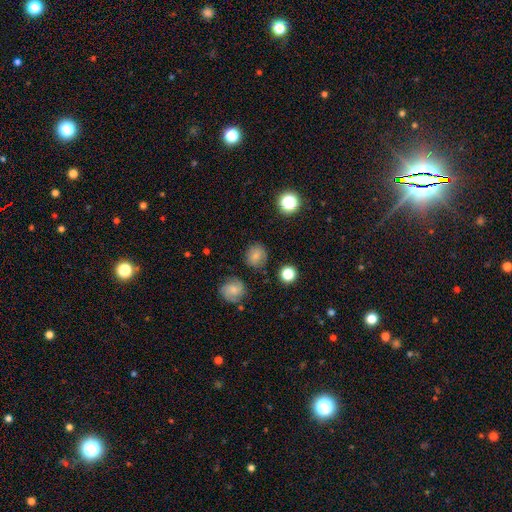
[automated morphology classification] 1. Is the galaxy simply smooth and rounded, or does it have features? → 72% smooth, 15% featured or disk, 13% star or artifact.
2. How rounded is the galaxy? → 77% round, 22% in between, 1% cigar-shaped.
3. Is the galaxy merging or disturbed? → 80% none, 13% minor disturbance, 4% major disturbance, 3% merger.